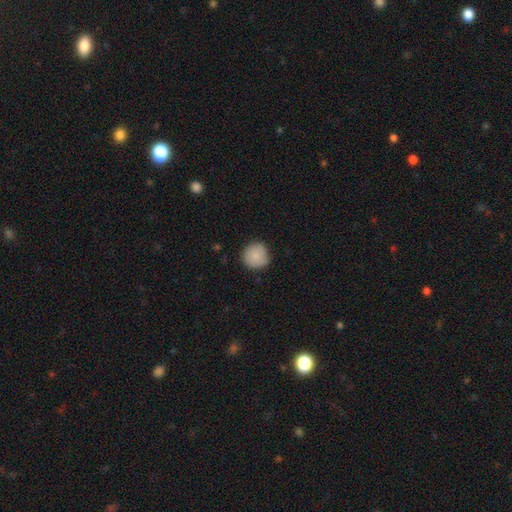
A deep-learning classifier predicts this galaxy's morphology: This is clearly a smooth galaxy (86%). How rounded: clearly round (93%). Merging: clearly none (82%).